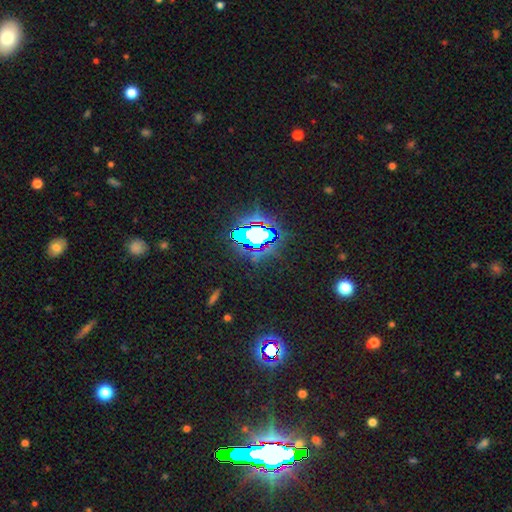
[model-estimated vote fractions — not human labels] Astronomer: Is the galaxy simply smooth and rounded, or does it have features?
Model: star or artifact — 84%.